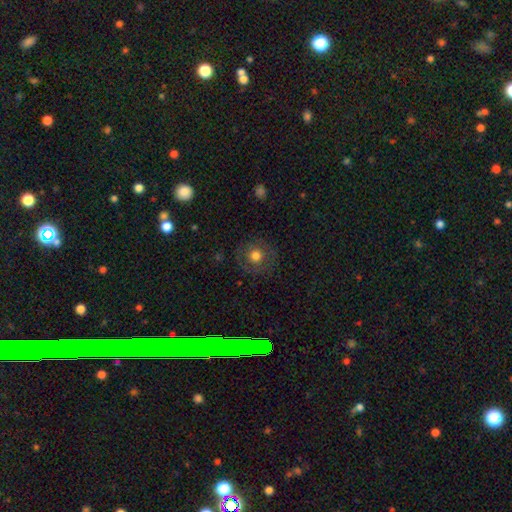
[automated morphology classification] smooth_or_featured: smooth (p=0.68) [alt: featured or disk p=0.21]
how_rounded: round (p=0.93) [alt: in between p=0.07]
merging: none (p=0.84) [alt: minor disturbance p=0.10]